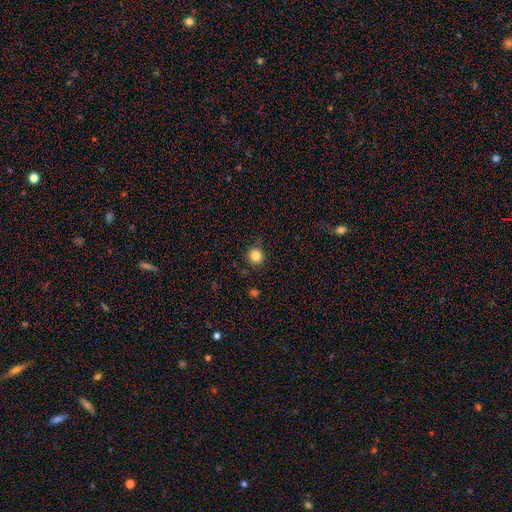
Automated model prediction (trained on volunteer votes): This appears to be a smooth galaxy with no disk features (83%) that is round (92%). Merging: none (86%).